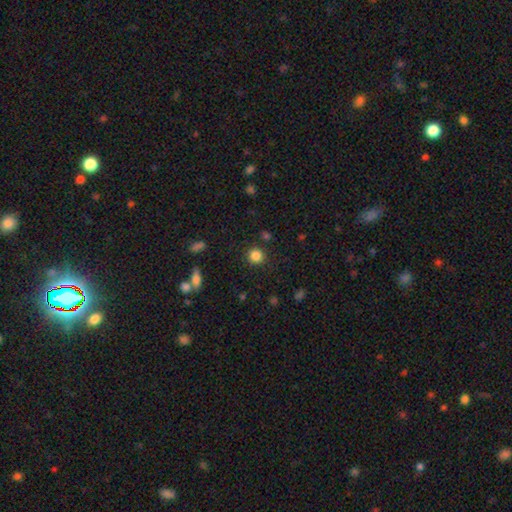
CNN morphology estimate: Q: Smooth or featured?
A: smooth (84%); runner-up: star or artifact (12%)
Q: How rounded?
A: round (90%); runner-up: in between (9%)
Q: Merging?
A: none (87%); runner-up: minor disturbance (7%)